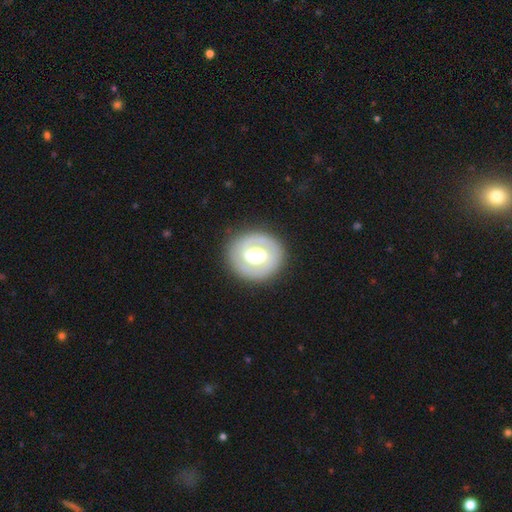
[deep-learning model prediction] A featured or disk galaxy (64%) with no bar (40%), no spiral arms (54%) and a large central bulge (46%). Merging: none (84%).